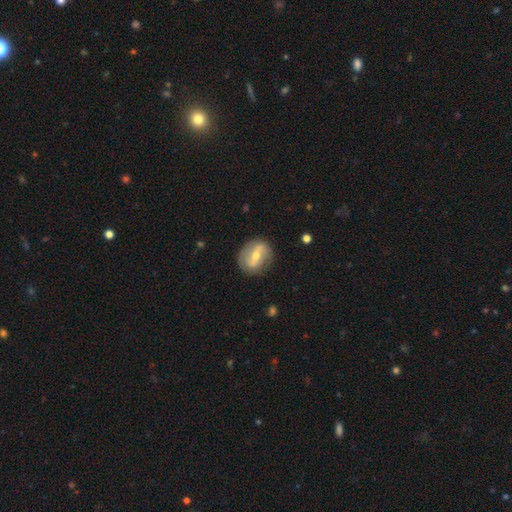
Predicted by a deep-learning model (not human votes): Smooth or featured: featured or disk — 66% (smooth — 28%)
Edge-on disk: no — 94% (yes — 6%)
Bar: strong — 47% (weak — 36%)
Spiral arms: yes — 61% (no — 39%)
Bulge size: moderate — 60% (small — 34%)
Merging: none — 80% (minor disturbance — 14%)